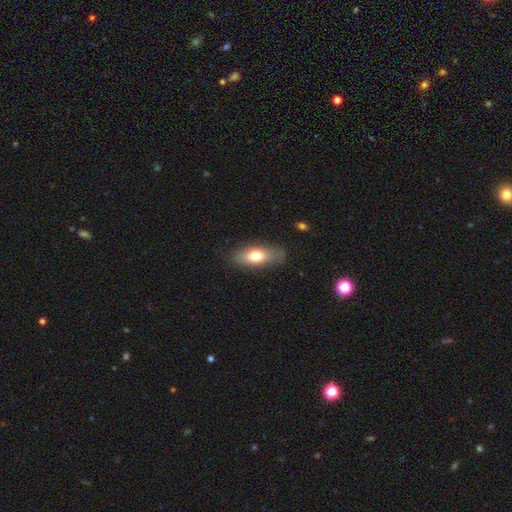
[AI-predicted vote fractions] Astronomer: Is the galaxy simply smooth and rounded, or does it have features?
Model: smooth — 68%.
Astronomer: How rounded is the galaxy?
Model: in between — 72%.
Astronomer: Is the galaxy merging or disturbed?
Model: none — 80%.